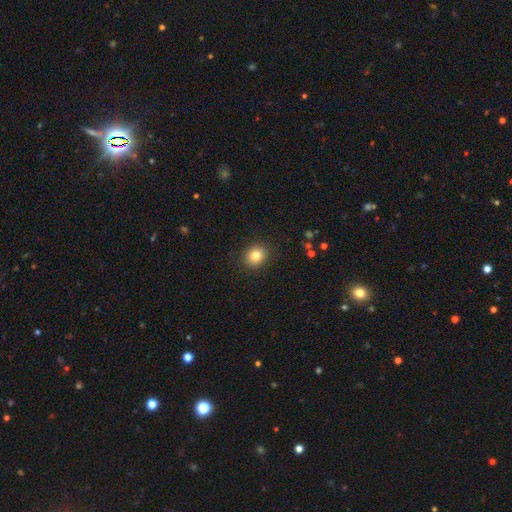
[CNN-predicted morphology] A smooth galaxy with no disk features (82%) that is round (73%). Merging: none (90%).